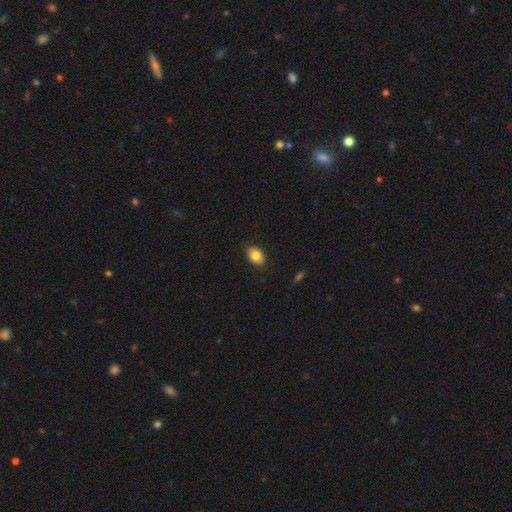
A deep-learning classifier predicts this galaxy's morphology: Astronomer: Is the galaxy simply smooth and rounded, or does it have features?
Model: smooth — 84%.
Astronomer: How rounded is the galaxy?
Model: in between — 82%.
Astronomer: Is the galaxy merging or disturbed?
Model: none — 88%.